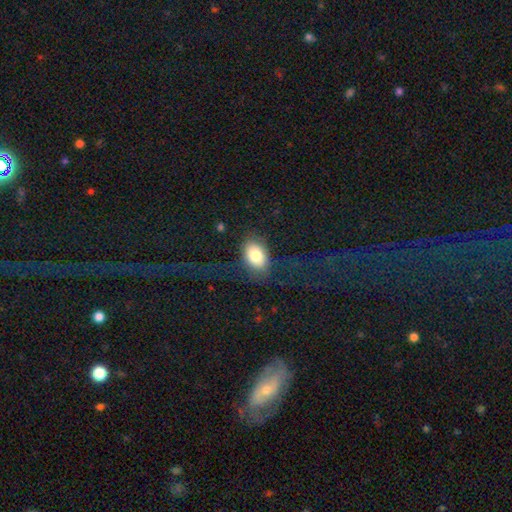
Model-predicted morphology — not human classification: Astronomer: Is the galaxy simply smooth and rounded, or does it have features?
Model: smooth — 78%.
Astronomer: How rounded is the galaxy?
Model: in between — 87%.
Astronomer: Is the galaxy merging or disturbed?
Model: none — 67%.